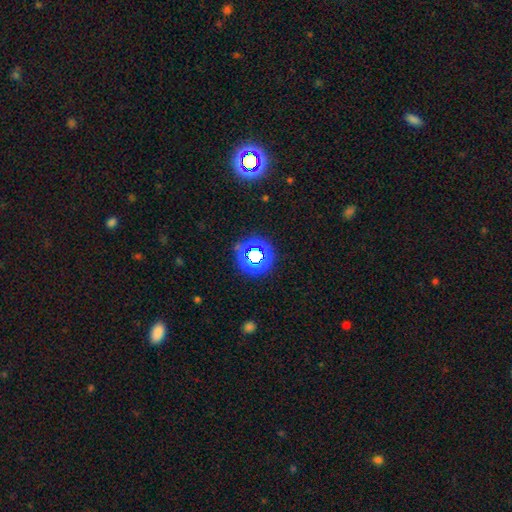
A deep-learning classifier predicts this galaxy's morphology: Smooth or featured? star or artifact (61%)